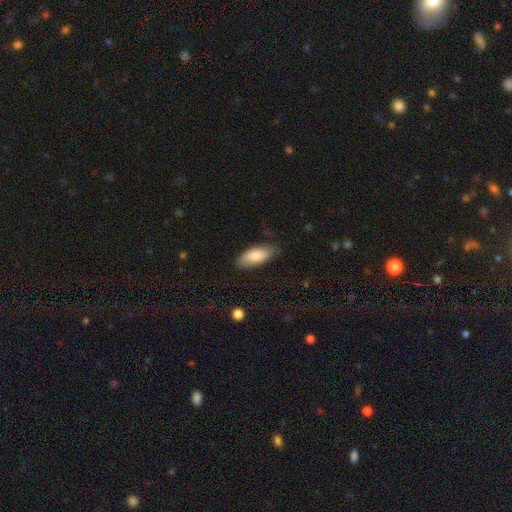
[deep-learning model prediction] smooth_or_featured: smooth (p=0.80) [alt: featured or disk p=0.14]
how_rounded: in between (p=0.85) [alt: cigar-shaped p=0.13]
merging: none (p=0.77) [alt: minor disturbance p=0.18]